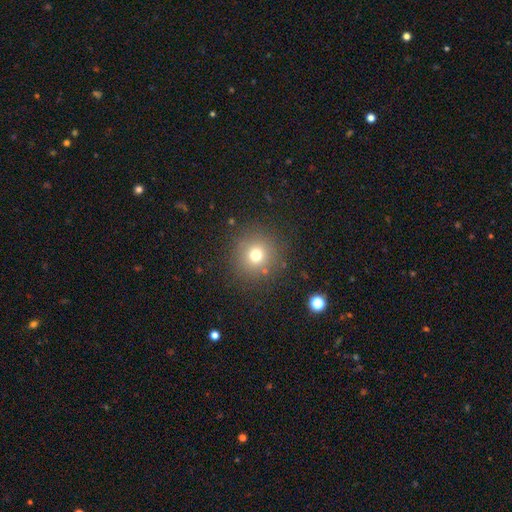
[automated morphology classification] smooth 72%, star or artifact 18%, featured or disk 10%. Down the decision tree: how rounded — round (93%); merging — none (88%).